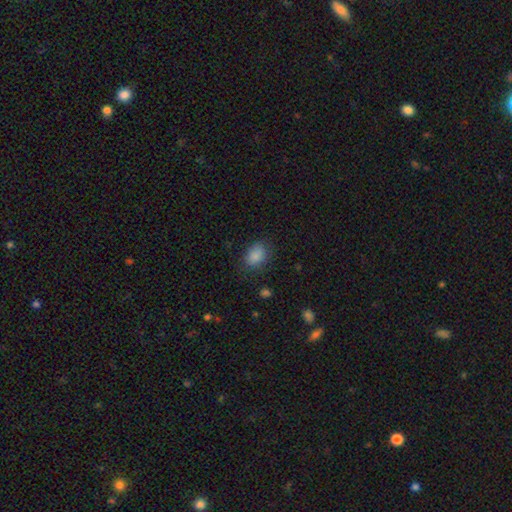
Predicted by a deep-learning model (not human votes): A smooth galaxy with no disk features (86%) that is in between round and cigar-shaped (77%).

Vote fractions:
- Smooth or featured? smooth: 86% / star or artifact: 10% / featured or disk: 5%
- How rounded? in between: 77% / round: 22% / cigar-shaped: 1%
- Merging? none: 76% / minor disturbance: 17% / major disturbance: 5% / merger: 1%